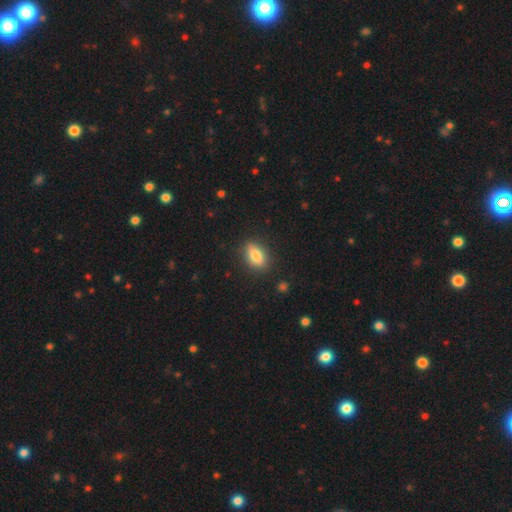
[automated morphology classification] Smooth or featured? smooth (78%)
How rounded? in between (80%)
Merging? none (85%)